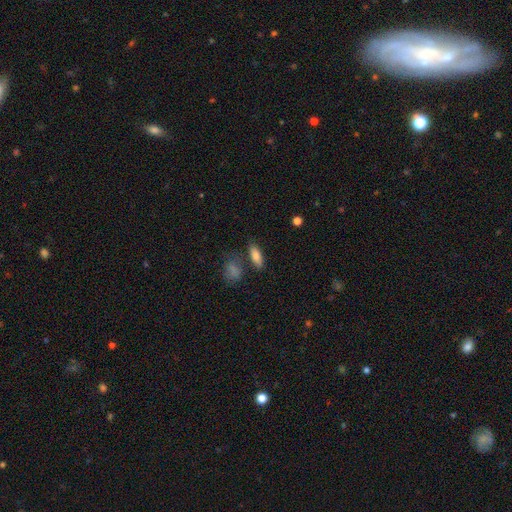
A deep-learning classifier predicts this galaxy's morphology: Smooth or featured? Predicted: smooth (p=0.80). How rounded? Predicted: in between (p=0.71). Merging? Predicted: none (p=0.71).